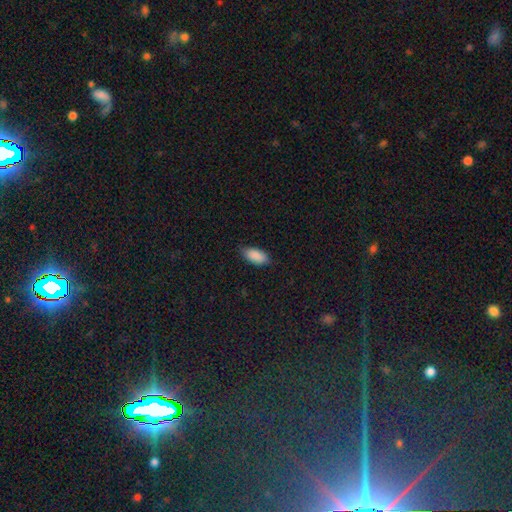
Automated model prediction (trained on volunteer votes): Smooth or featured: smooth — 89% (star or artifact — 7%)
How rounded: in between — 92% (cigar-shaped — 6%)
Merging: none — 78% (minor disturbance — 18%)